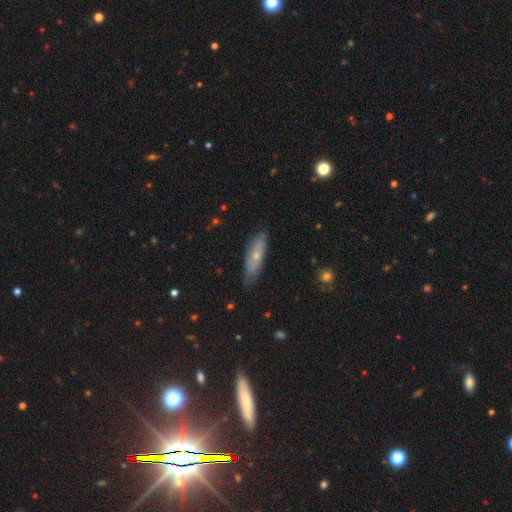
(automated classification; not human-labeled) Smooth or featured?
  - smooth: 51% *
  - featured or disk: 42%
  - star or artifact: 7%
How rounded?
  - cigar-shaped: 55% *
  - in between: 42%
  - round: 2%
Merging?
  - none: 76% *
  - minor disturbance: 20%
  - major disturbance: 3%
  - merger: 1%